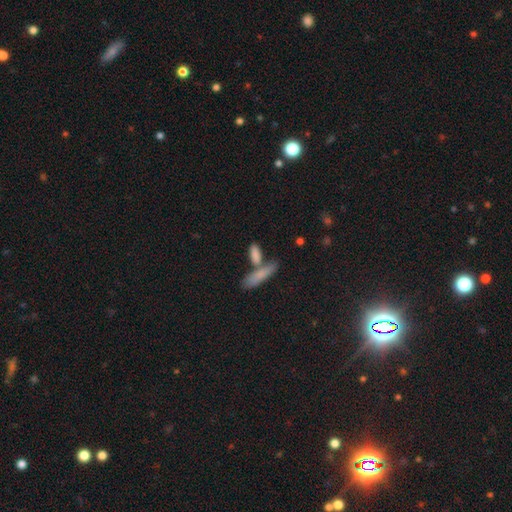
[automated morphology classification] smooth-or-featured: smooth: 77% | featured or disk: 14% | star or artifact: 9%
  how-rounded: cigar-shaped: 50% | in between: 45% | round: 4%
  merging: none: 51% | merger: 34% | minor disturbance: 10% | major disturbance: 4%